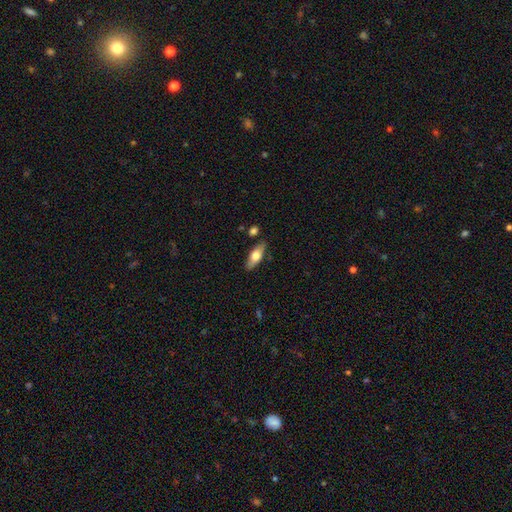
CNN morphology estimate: Smooth or featured: smooth — 61% (featured or disk — 32%)
How rounded: in between — 67% (cigar-shaped — 30%)
Merging: none — 82% (minor disturbance — 12%)